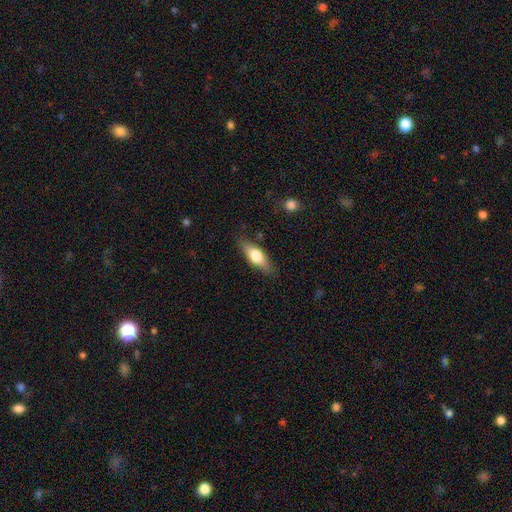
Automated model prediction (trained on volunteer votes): smooth 65%, featured or disk 29%, star or artifact 6%. Down the decision tree: how rounded — in between (65%); merging — none (80%).